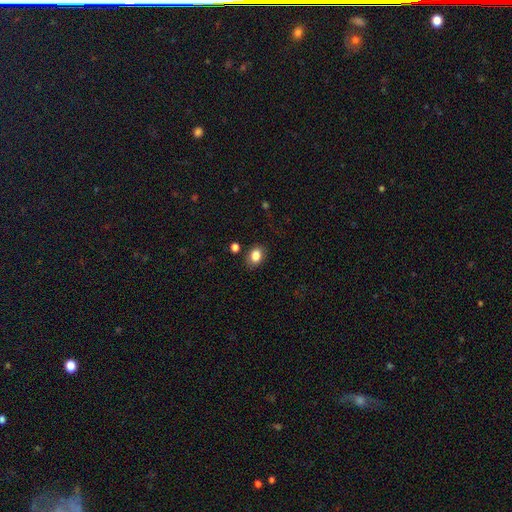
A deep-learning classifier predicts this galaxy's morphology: This appears to be a smooth galaxy with no disk features (84%) that is in between round and cigar-shaped (67%). Merging: none (83%).